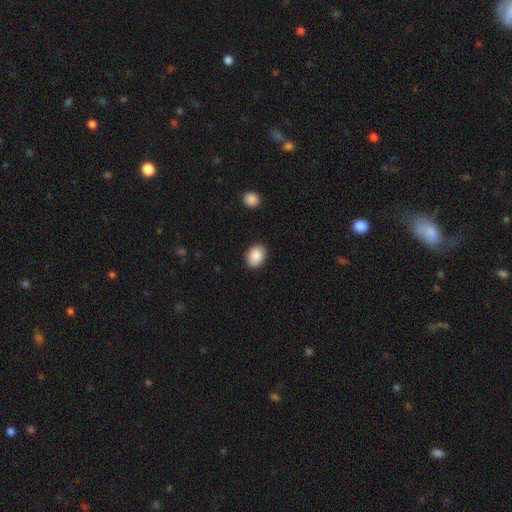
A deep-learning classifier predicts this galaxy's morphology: Smooth or featured? smooth (89%)
How rounded? in between (58%)
Merging? none (88%)